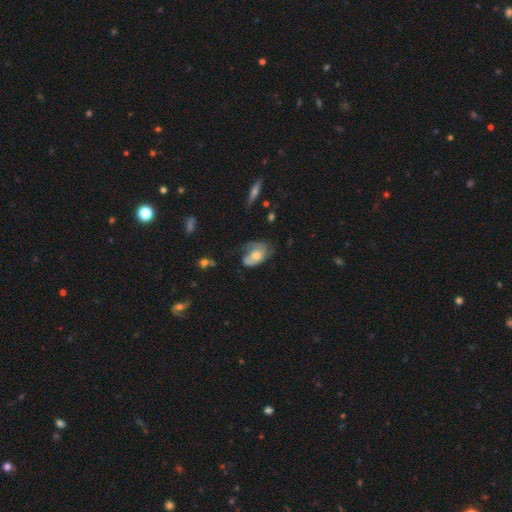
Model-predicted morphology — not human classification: Smooth or featured: smooth — 48% (featured or disk — 45%)
Merging: none — 41% (minor disturbance — 36%)